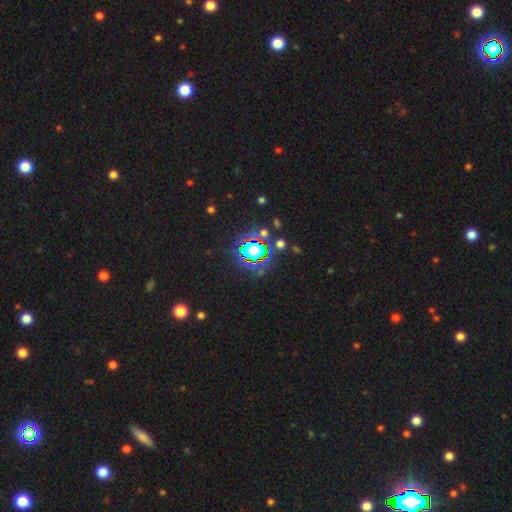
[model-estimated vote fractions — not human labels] Q: Smooth or featured?
A: star or artifact (77%); runner-up: smooth (15%)